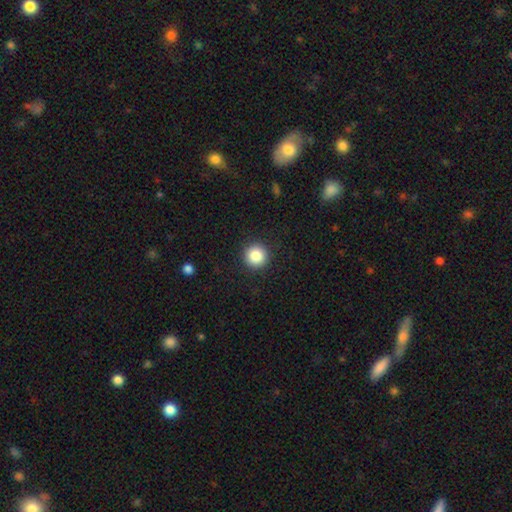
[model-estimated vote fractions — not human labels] Smooth or featured? Predicted: smooth (p=0.85). How rounded? Predicted: round (p=0.96). Merging? Predicted: none (p=0.92).